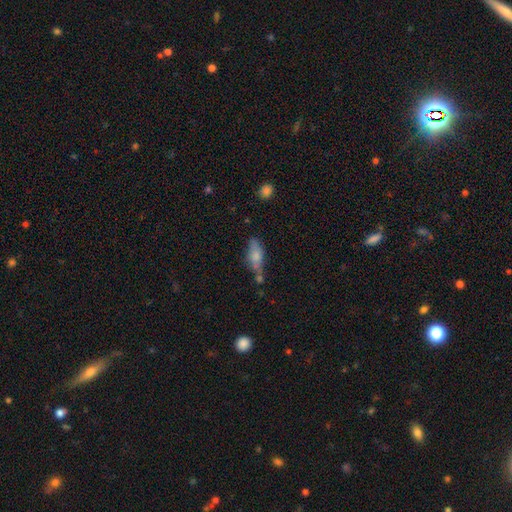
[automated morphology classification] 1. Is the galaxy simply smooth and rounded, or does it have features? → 69% smooth, 23% featured or disk, 8% star or artifact.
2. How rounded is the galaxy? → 68% in between, 28% cigar-shaped, 4% round.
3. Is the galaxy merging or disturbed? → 49% none, 25% minor disturbance, 17% merger, 9% major disturbance.